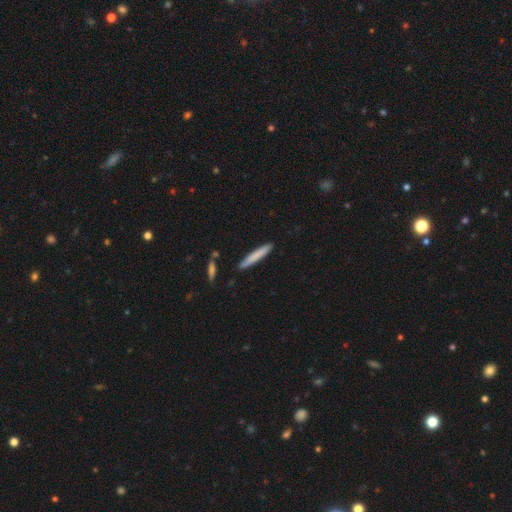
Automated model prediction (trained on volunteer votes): smooth-or-featured: smooth: 76% | featured or disk: 18% | star or artifact: 6%
  how-rounded: cigar-shaped: 95% | in between: 4% | round: 1%
  merging: none: 88% | minor disturbance: 8% | merger: 3% | major disturbance: 2%